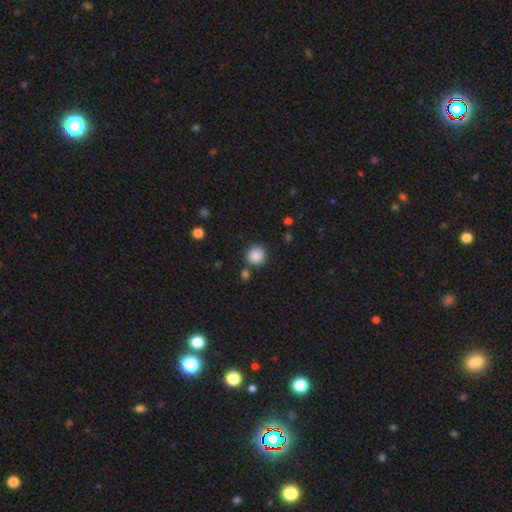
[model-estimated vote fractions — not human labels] The model was most divided on "merging": none: 82%, minor disturbance: 9%, merger: 6%, major disturbance: 3%. More confident: how rounded — round (93%); smooth or featured — smooth (87%).